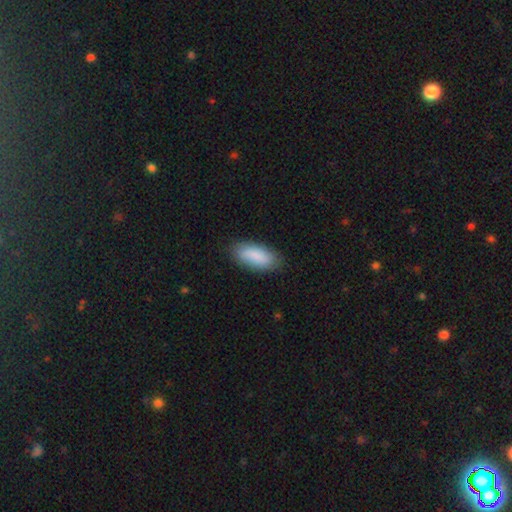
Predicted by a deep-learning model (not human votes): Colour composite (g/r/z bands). It shows a smooth galaxy with no disk features (87%) that is in between round and cigar-shaped (84%). Merging: none (84%).